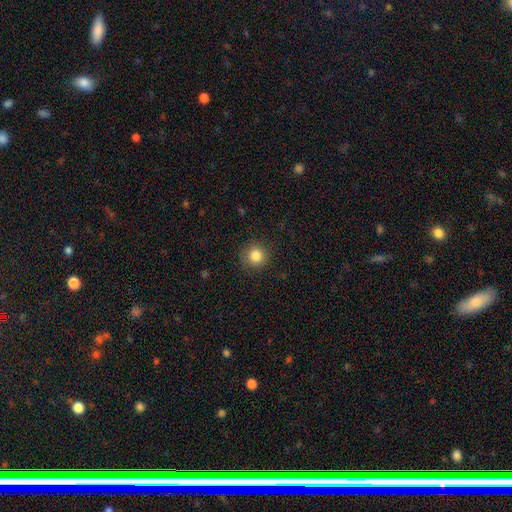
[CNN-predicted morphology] This is clearly a smooth galaxy (84%). How rounded: clearly round (93%). Merging: clearly none (87%).